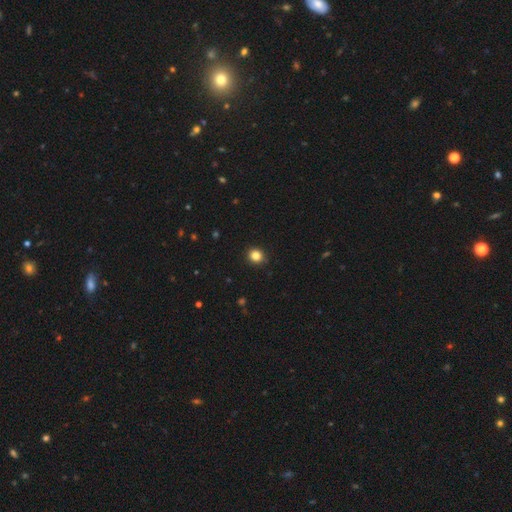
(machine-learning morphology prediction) Overall: smooth (84%). How rounded: round (84%). Merging: none (92%).